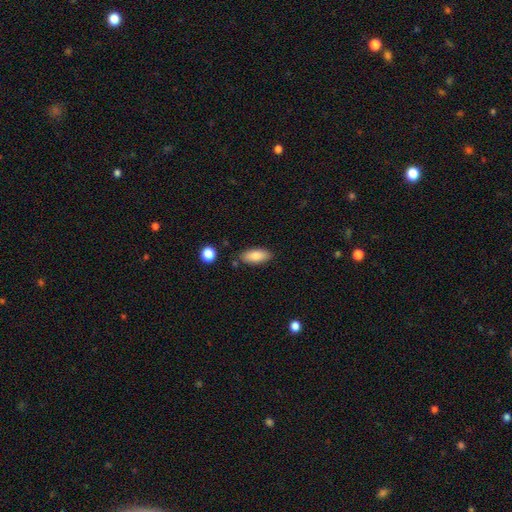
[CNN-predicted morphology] The model was most divided on "merging": none: 82%, minor disturbance: 12%, merger: 3%, major disturbance: 2%. More confident: how rounded — in between (85%); smooth or featured — smooth (84%).